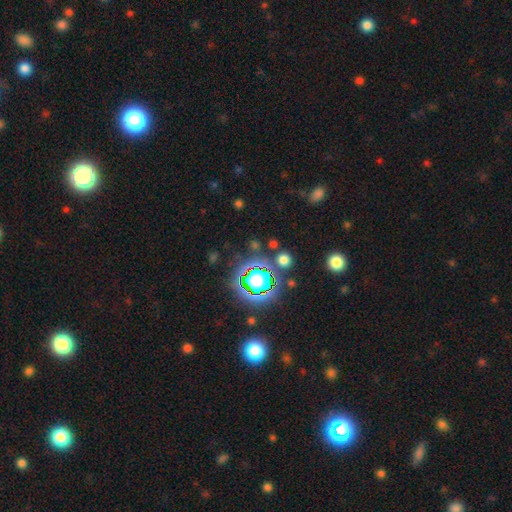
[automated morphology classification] This appears to be a star or artifact, not a galaxy (79%).